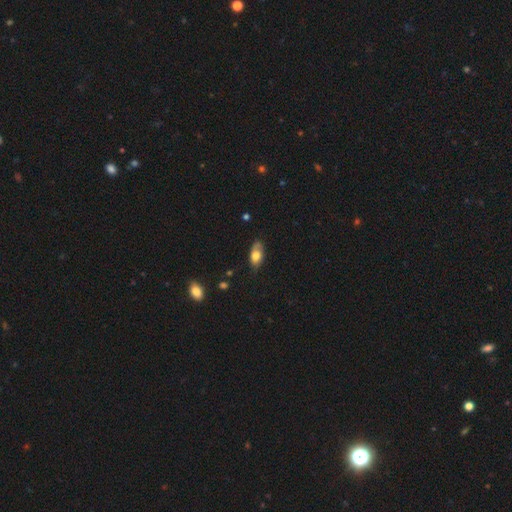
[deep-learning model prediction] Overall: smooth (67%). How rounded: in between (88%). Merging: none (64%; minor disturbance 28%).